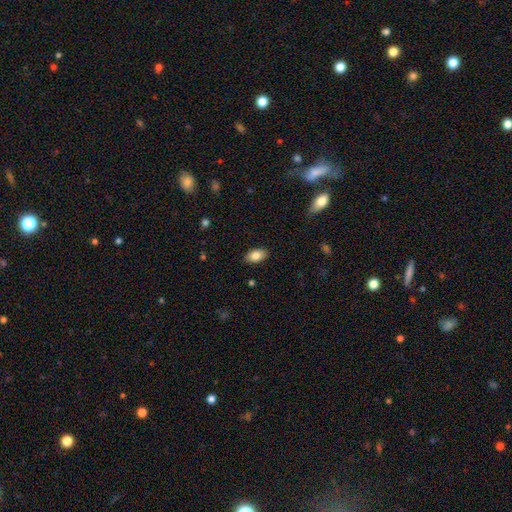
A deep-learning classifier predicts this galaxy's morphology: This is clearly a smooth galaxy (83%). How rounded: clearly in between (92%). Merging: clearly none (87%).